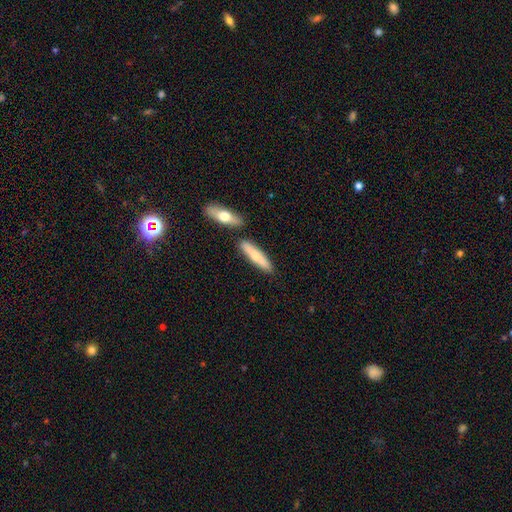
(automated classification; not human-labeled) The model was most divided on "smooth or featured": smooth: 67%, featured or disk: 27%, star or artifact: 5%. More confident: how rounded — cigar-shaped (80%); merging — none (77%).